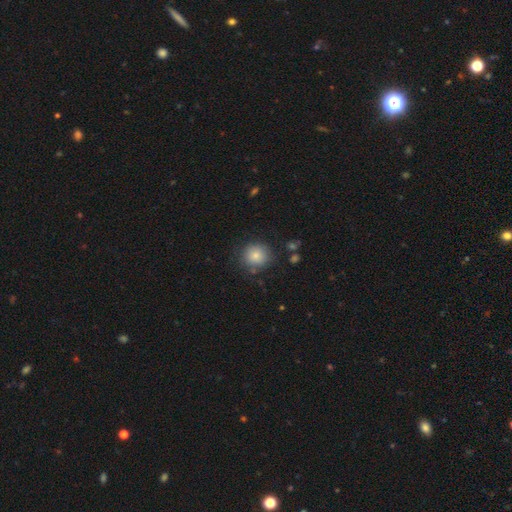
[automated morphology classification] This appears to be a smooth galaxy with no disk features (82%) that is round (88%). Merging: none (80%).